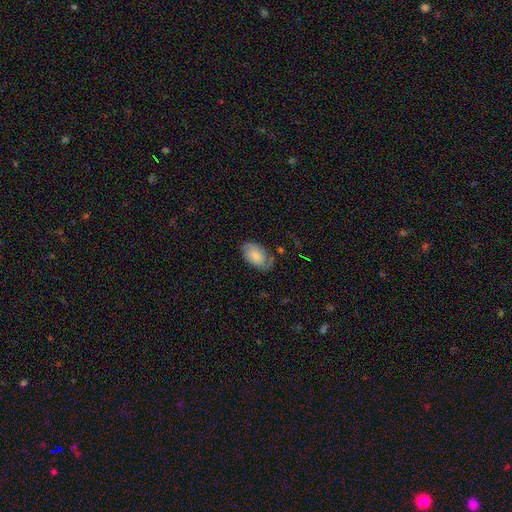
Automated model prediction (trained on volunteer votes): This is likely a smooth galaxy (64%). How rounded: clearly in between (91%). Merging: possibly none (58%).